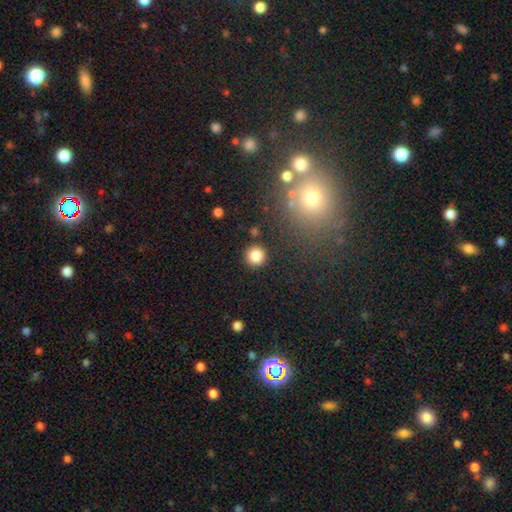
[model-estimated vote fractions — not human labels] Smooth or featured? Predicted: smooth (p=0.84). How rounded? Predicted: round (p=0.95). Merging? Predicted: none (p=0.89).